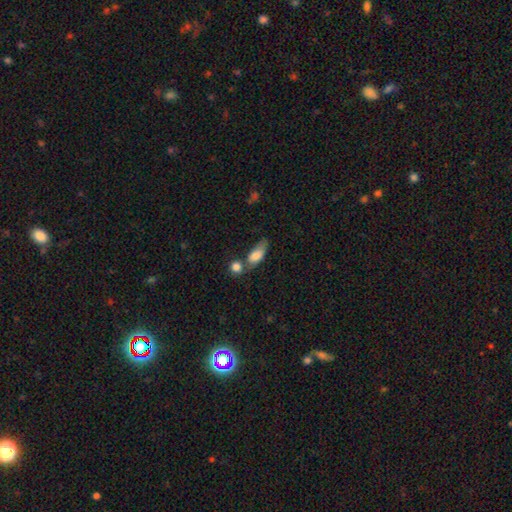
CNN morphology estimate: smooth_or_featured: smooth (p=0.78) [alt: featured or disk p=0.14]
how_rounded: in between (p=0.77) [alt: cigar-shaped p=0.17]
merging: merger (p=0.34) [tied with: none p=0.34]